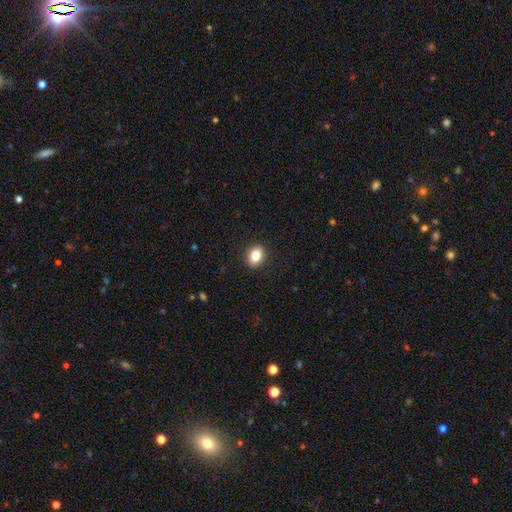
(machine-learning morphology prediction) smooth 84%, star or artifact 10%, featured or disk 7%. Down the decision tree: how rounded — in between (60%); merging — none (90%).